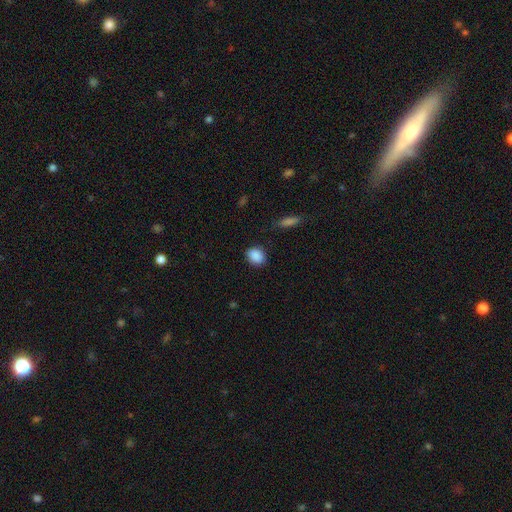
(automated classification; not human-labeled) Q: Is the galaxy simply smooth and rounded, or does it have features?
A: smooth — 89%.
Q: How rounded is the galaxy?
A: in between — 51%.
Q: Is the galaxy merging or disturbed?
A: none — 85%.